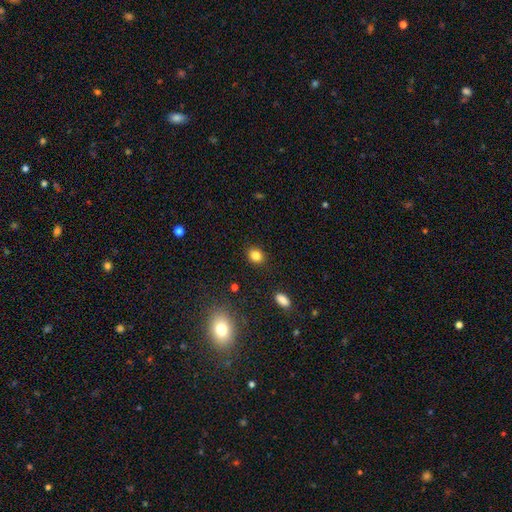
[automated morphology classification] This is clearly a smooth galaxy (84%). How rounded: likely round (61%). Merging: clearly none (88%).